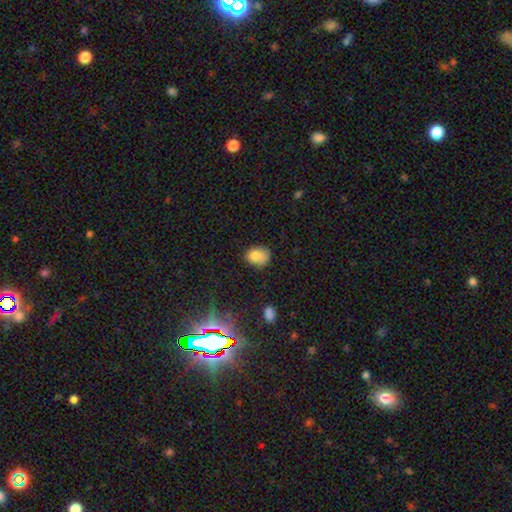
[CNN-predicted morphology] This is likely a smooth galaxy (78%). How rounded: possibly in between (52%). Merging: possibly none (57%).